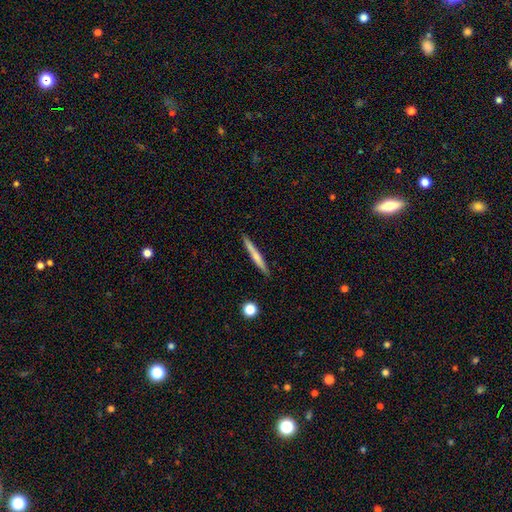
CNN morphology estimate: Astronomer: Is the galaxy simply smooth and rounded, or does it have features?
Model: smooth — 58% (runner-up: featured or disk, 35%).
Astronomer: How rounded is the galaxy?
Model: cigar-shaped — 96%.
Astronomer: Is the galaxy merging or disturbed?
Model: none — 89%.